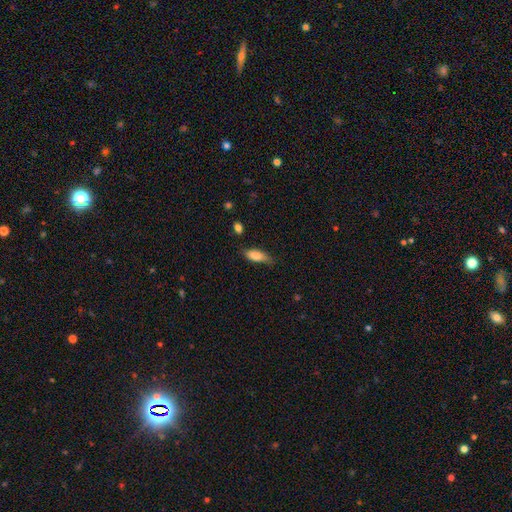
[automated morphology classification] The model was most divided on "merging": none: 62%, minor disturbance: 29%, major disturbance: 6%, merger: 2%. More confident: smooth or featured — smooth (83%); how rounded — in between (70%).